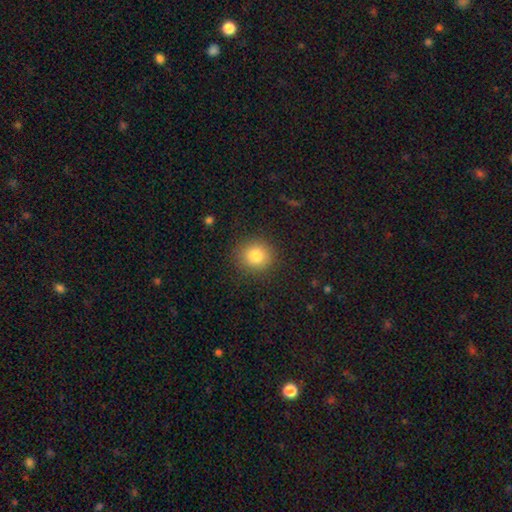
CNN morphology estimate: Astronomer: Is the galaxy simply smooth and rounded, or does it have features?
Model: smooth — 81%.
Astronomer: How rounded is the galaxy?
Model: round — 89%.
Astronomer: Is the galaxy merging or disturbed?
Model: none — 89%.